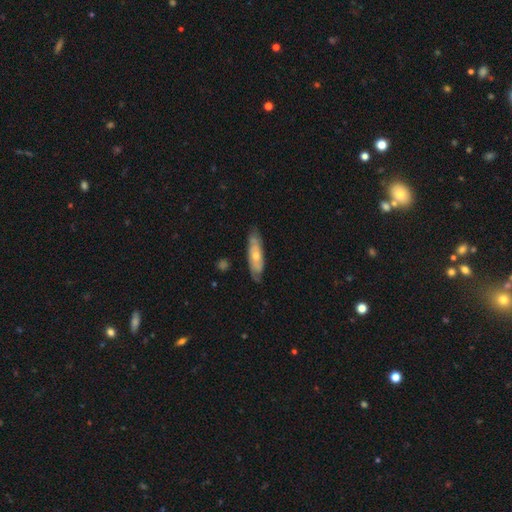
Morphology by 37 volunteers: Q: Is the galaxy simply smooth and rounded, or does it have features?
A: featured or disk — 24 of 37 (65%).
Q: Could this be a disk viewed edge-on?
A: no — 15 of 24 (62%).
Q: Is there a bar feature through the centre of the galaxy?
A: no — 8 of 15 (53%).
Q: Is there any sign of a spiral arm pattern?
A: yes — 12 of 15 (80%).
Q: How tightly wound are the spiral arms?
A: medium — 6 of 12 (50%).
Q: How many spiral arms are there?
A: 2 — 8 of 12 (67%).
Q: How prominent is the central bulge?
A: small — 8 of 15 (53%).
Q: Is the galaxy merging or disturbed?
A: none — 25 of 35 (71%).